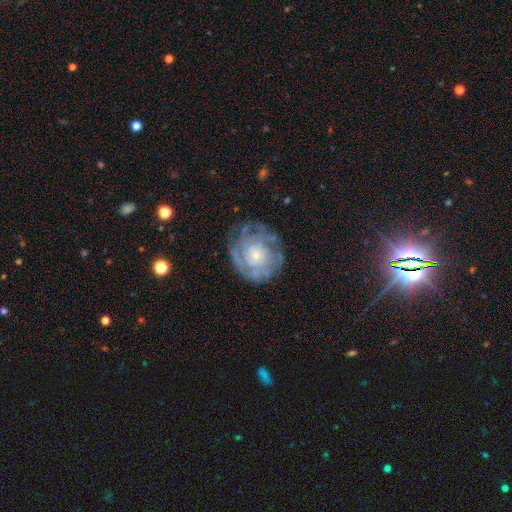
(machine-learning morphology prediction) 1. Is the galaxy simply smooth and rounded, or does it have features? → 73% featured or disk, 19% smooth, 7% star or artifact.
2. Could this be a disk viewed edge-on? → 97% no, 3% yes.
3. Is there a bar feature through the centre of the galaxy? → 83% no, 14% weak, 3% strong.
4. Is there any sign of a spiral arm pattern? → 77% yes, 23% no.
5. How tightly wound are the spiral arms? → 69% tight, 23% medium, 9% loose.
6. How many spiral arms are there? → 54% can't tell, 12% 2, 11% 3, 10% 4, 7% more than 4, 6% 1.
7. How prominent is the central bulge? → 70% small, 22% moderate, 4% none, 3% large, 1% dominant.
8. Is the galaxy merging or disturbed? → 70% none, 18% minor disturbance, 10% major disturbance, 2% merger.